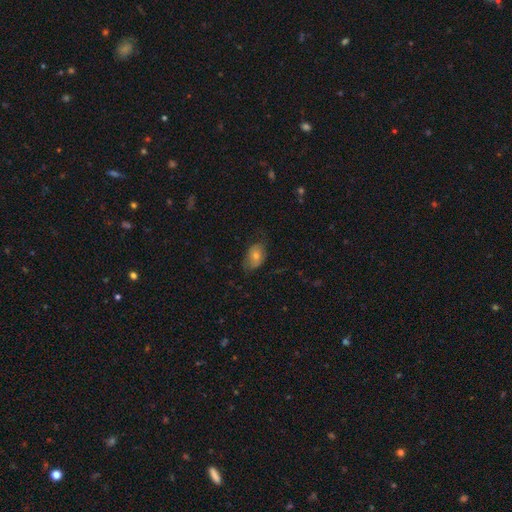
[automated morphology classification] Smooth or featured?
  - smooth: 59% *
  - featured or disk: 30%
  - star or artifact: 11%
How rounded?
  - in between: 84% *
  - round: 14%
  - cigar-shaped: 2%
Merging?
  - none: 63% *
  - minor disturbance: 26%
  - major disturbance: 10%
  - merger: 1%